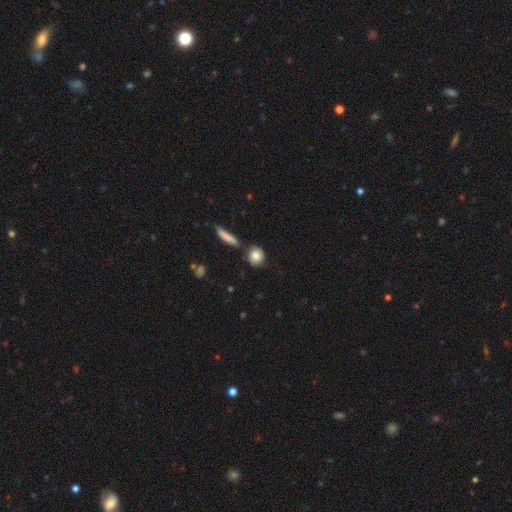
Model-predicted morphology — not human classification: This appears to be a smooth galaxy with no disk features (80%) that is round (74%). Merging: none (75%).